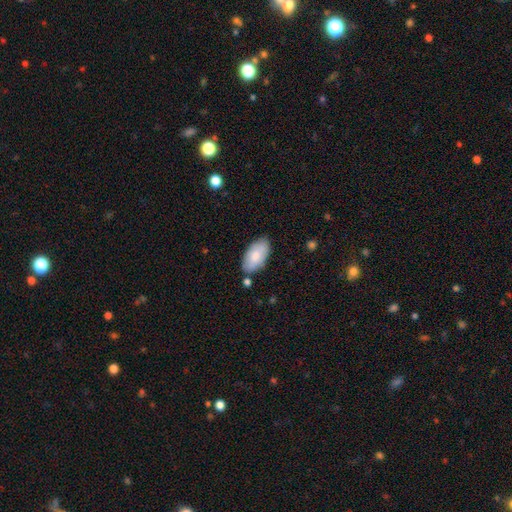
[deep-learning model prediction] Smooth or featured: smooth — 77% (featured or disk — 17%)
How rounded: in between — 95% (cigar-shaped — 3%)
Merging: none — 76% (minor disturbance — 16%)